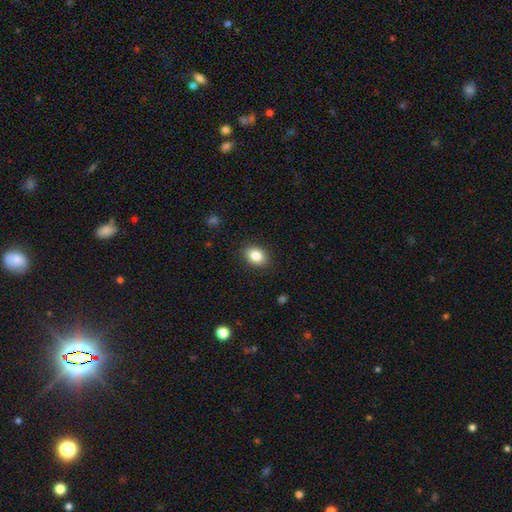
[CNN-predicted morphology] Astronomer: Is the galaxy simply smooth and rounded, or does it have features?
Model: smooth — 85%.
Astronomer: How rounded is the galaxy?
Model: in between — 69%.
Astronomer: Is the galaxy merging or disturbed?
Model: none — 88%.